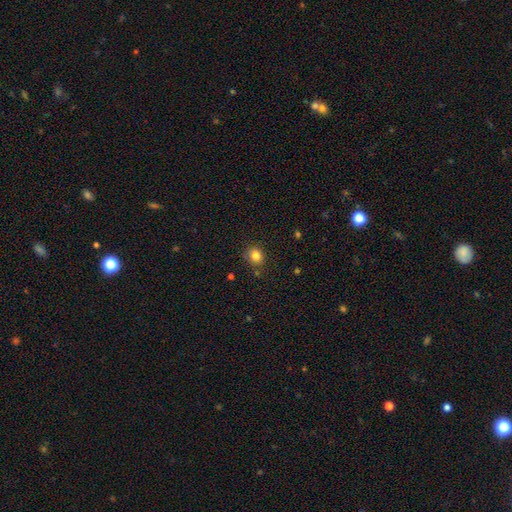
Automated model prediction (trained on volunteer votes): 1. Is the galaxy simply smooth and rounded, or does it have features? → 82% smooth, 12% star or artifact, 6% featured or disk.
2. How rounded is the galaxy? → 74% round, 25% in between, 1% cigar-shaped.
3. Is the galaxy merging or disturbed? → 83% none, 12% minor disturbance, 3% major disturbance, 3% merger.